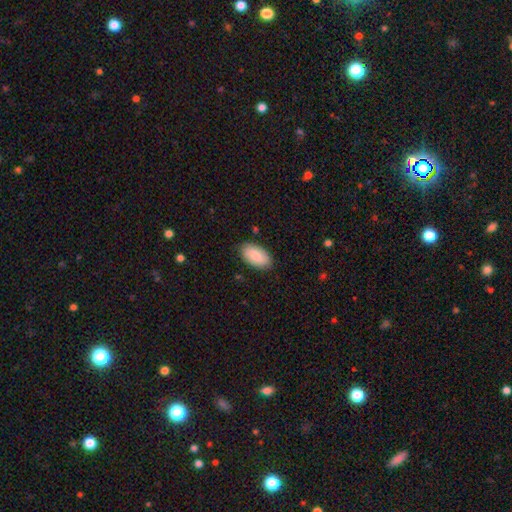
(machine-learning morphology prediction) This appears to be a smooth galaxy with no disk features (87%) that is in between round and cigar-shaped (95%). Merging: none (86%).